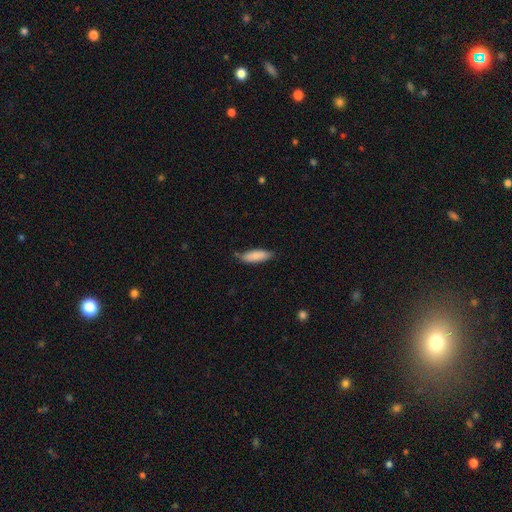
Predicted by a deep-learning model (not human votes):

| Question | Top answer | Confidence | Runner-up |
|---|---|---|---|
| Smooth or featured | smooth | 85% | featured or disk (9%) |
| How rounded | in between | 55% | cigar-shaped (44%) |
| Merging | none | 72% | minor disturbance (22%) |